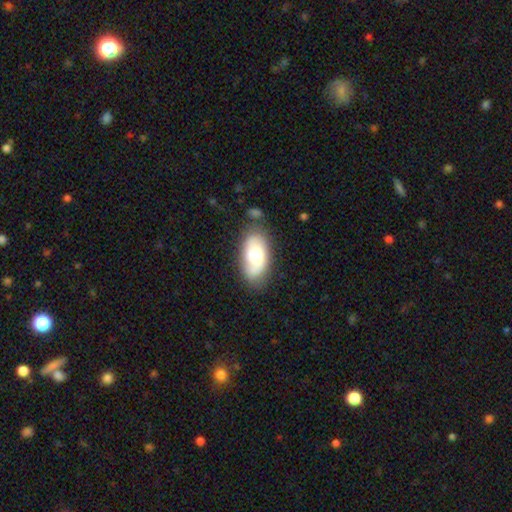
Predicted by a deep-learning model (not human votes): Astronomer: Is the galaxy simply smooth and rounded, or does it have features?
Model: smooth — 56% (runner-up: featured or disk, 37%).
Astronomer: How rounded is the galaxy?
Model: in between — 93%.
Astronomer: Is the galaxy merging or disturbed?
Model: none — 69%.